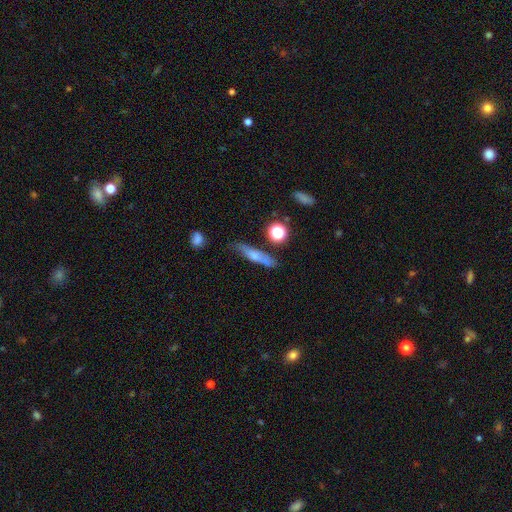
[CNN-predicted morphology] Smooth or featured?
  - smooth: 57% *
  - featured or disk: 34%
  - star or artifact: 9%
How rounded?
  - cigar-shaped: 79% *
  - in between: 16%
  - round: 5%
Merging?
  - none: 74% *
  - minor disturbance: 17%
  - major disturbance: 5%
  - merger: 4%